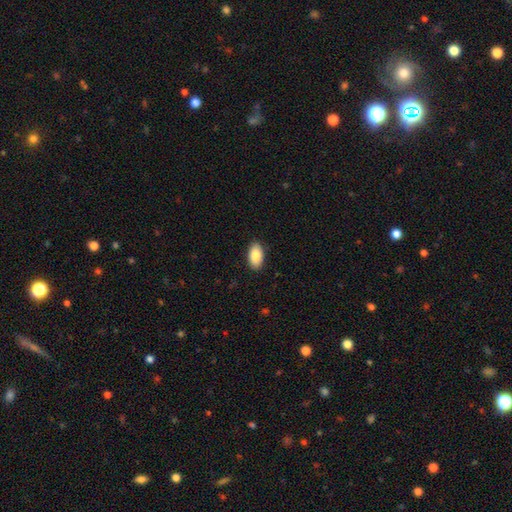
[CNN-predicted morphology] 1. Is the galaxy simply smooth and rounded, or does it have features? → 88% smooth, 6% star or artifact, 6% featured or disk.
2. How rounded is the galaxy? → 95% in between, 3% round, 2% cigar-shaped.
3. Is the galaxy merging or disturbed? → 89% none, 8% minor disturbance, 2% major disturbance, 1% merger.